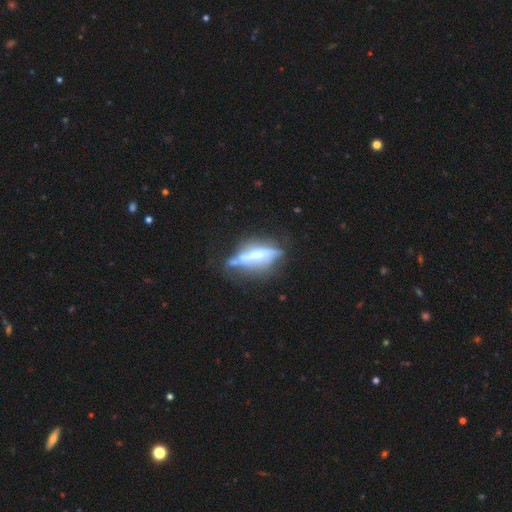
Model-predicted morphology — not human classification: Smooth or featured? Predicted: featured or disk (p=0.64). Edge-on disk? Predicted: yes (p=0.57). Merging? Predicted: none (p=0.42).